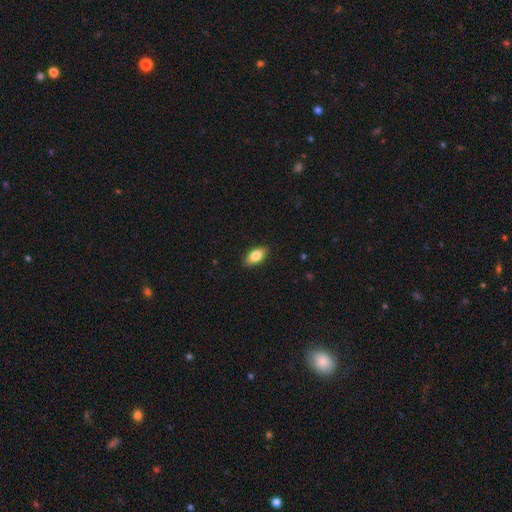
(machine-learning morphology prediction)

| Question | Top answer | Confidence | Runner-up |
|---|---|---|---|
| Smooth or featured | smooth | 81% | featured or disk (12%) |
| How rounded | in between | 89% | cigar-shaped (7%) |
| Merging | none | 88% | minor disturbance (9%) |